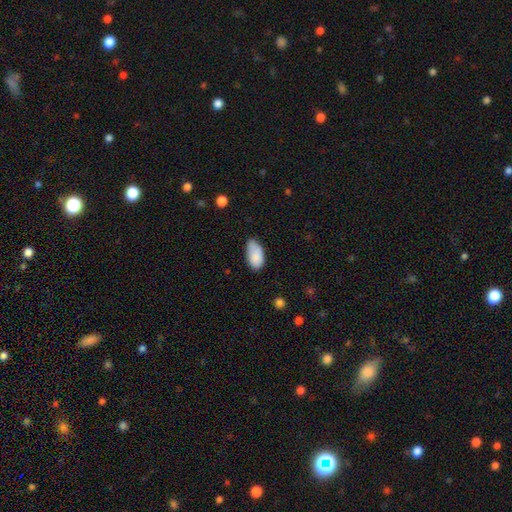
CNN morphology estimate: Q: Smooth or featured?
A: smooth (85%); runner-up: featured or disk (8%)
Q: How rounded?
A: in between (94%); runner-up: round (4%)
Q: Merging?
A: none (54%); runner-up: minor disturbance (36%)